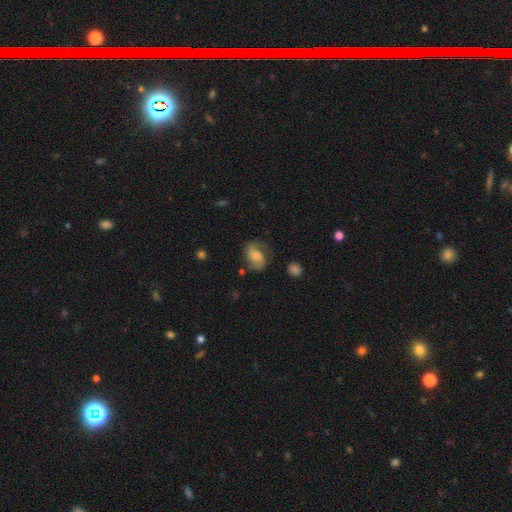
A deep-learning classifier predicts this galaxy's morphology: Q: Smooth or featured?
A: featured or disk (52%); runner-up: smooth (39%)
Q: Edge-on disk?
A: no (97%); runner-up: yes (3%)
Q: Bar?
A: no (56%); runner-up: weak (34%)
Q: Spiral arms?
A: yes (87%); runner-up: no (13%)
Q: Bulge size?
A: moderate (38%); runner-up: small (29%)
Q: Merging?
A: none (58%); runner-up: minor disturbance (24%)